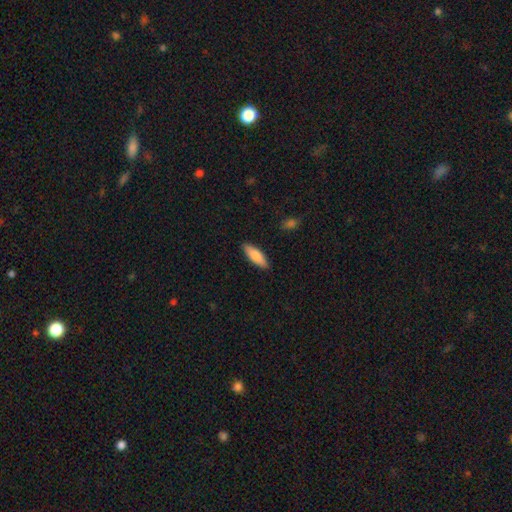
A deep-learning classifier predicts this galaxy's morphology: A smooth galaxy with no disk features (79%) that is in between round and cigar-shaped (53%). Merging: none (89%).